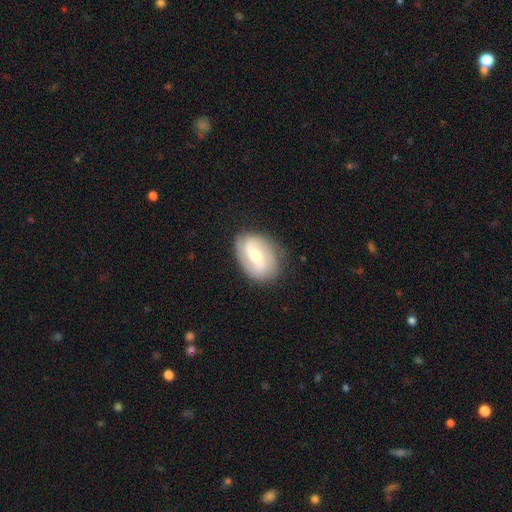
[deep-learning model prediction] Morphology: type=featured or disk (70%); edge-on=no (96%); bar=weak (45%); spiral arms=yes (87%); winding=medium (41%); arm count=2 (78%); bulge=moderate (55%); merging=none (80%).